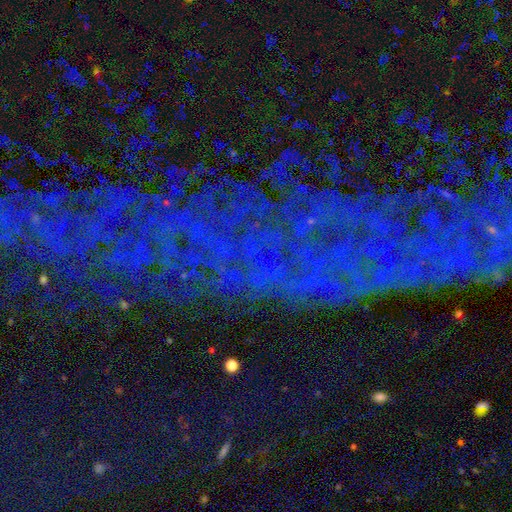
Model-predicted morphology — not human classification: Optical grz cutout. It shows a star or artifact, not a galaxy (80%).